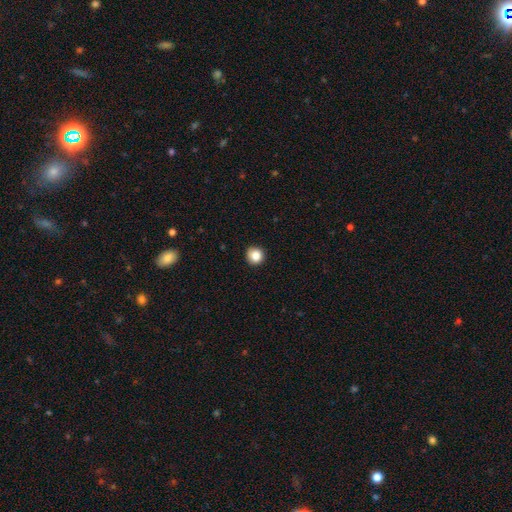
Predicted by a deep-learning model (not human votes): A smooth galaxy with no disk features (85%) that is round (94%).

Vote fractions:
- Smooth or featured? smooth: 85% / star or artifact: 10% / featured or disk: 5%
- How rounded? round: 94% / in between: 5% / cigar-shaped: 1%
- Merging? none: 92% / minor disturbance: 6% / major disturbance: 2% / merger: 1%